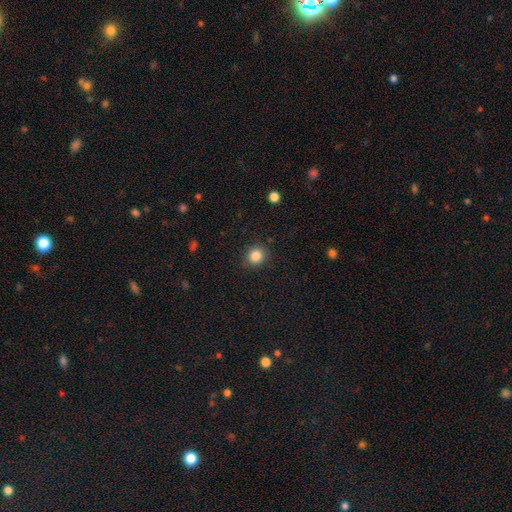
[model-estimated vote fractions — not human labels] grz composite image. It shows a smooth galaxy with no disk features (86%) that is round (81%). Merging: none (86%).